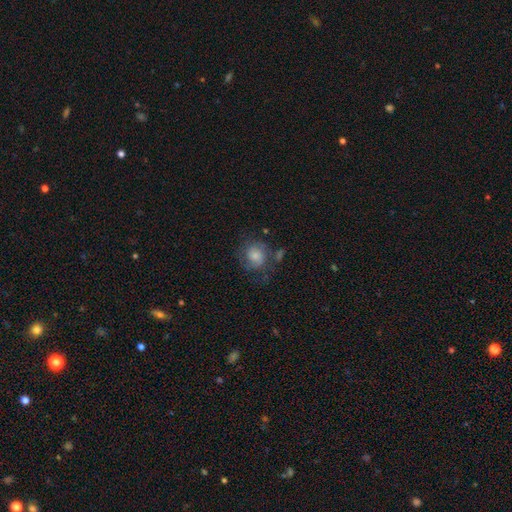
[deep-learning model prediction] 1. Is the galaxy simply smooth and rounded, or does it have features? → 53% smooth, 39% featured or disk, 9% star or artifact.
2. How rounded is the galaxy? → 78% round, 21% in between, 1% cigar-shaped.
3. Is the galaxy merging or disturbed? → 54% none, 23% minor disturbance, 17% major disturbance, 6% merger.